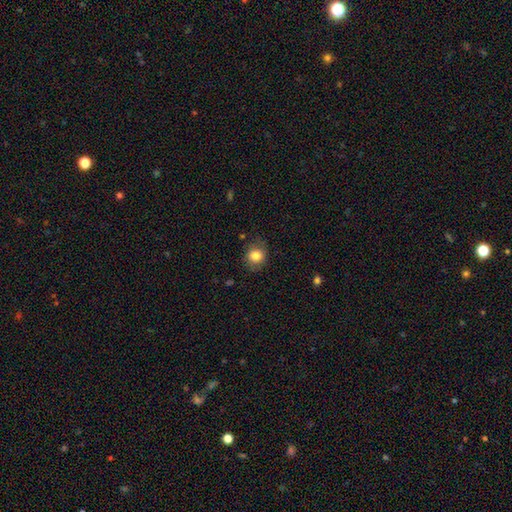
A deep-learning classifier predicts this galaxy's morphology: Smooth or featured?
  - smooth: 83% *
  - star or artifact: 9%
  - featured or disk: 7%
How rounded?
  - round: 74% *
  - in between: 25%
  - cigar-shaped: 1%
Merging?
  - none: 76% *
  - minor disturbance: 17%
  - major disturbance: 5%
  - merger: 1%